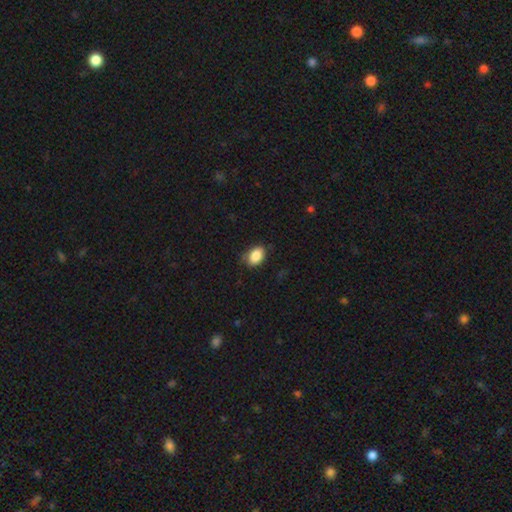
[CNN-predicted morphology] Smooth or featured? smooth (86%)
How rounded? in between (84%)
Merging? none (75%)